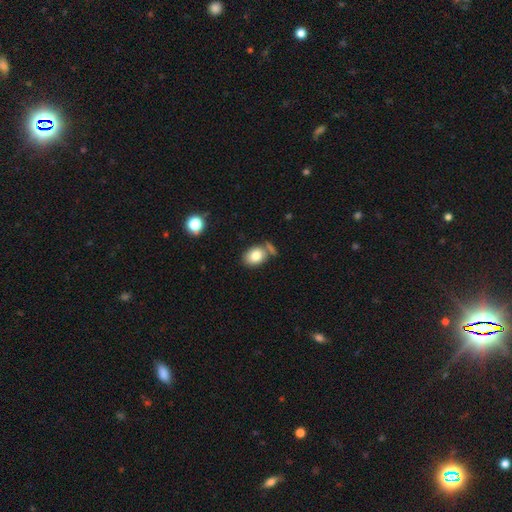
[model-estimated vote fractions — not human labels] smooth-or-featured: smooth: 80% | featured or disk: 11% | star or artifact: 9%
  how-rounded: in between: 72% | round: 27% | cigar-shaped: 1%
  merging: none: 61% | merger: 18% | minor disturbance: 16% | major disturbance: 5%